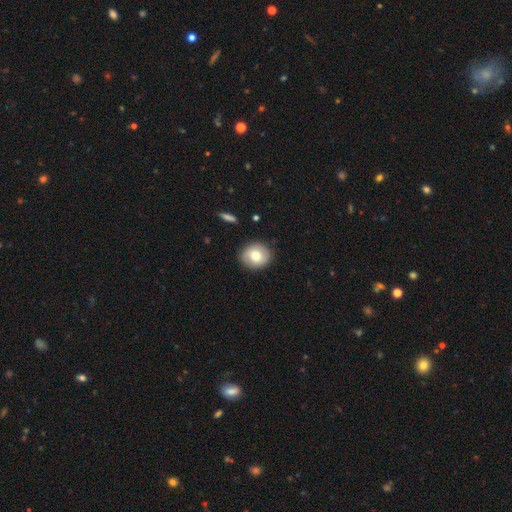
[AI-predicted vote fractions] Overall: smooth (74%). How rounded: round (76%). Merging: none (88%).